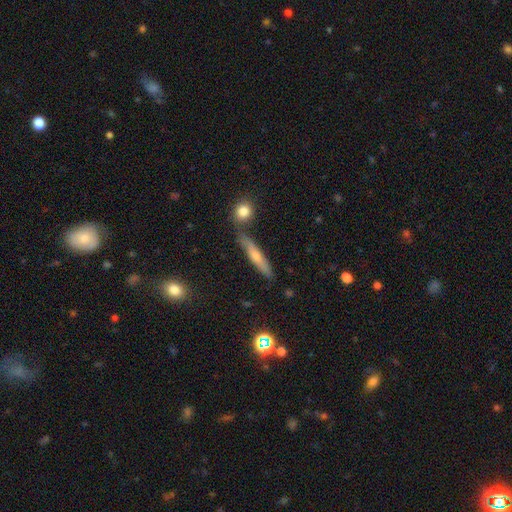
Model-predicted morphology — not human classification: A smooth galaxy with no disk features (49%).

Vote fractions:
- Smooth or featured? smooth: 49% / featured or disk: 42% / star or artifact: 9%
- Merging? none: 79% / minor disturbance: 12% / merger: 7% / major disturbance: 3%